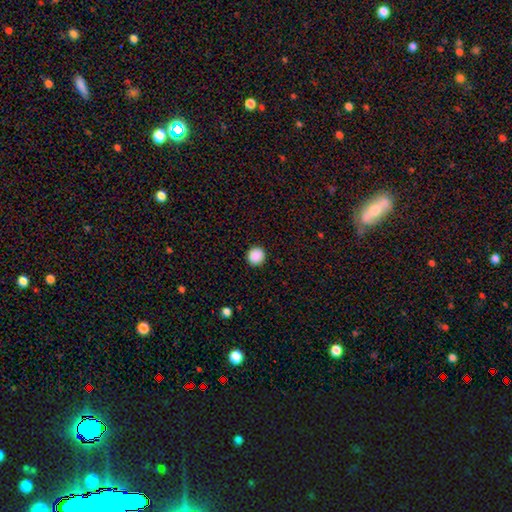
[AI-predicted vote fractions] Q: Smooth or featured?
A: smooth (89%); runner-up: star or artifact (9%)
Q: How rounded?
A: round (92%); runner-up: in between (7%)
Q: Merging?
A: none (93%); runner-up: minor disturbance (5%)